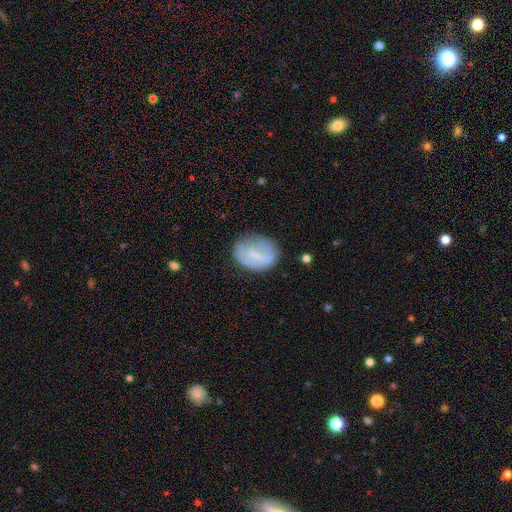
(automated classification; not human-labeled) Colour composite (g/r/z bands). It shows a featured or disk galaxy (47%). Merging: none (63%).